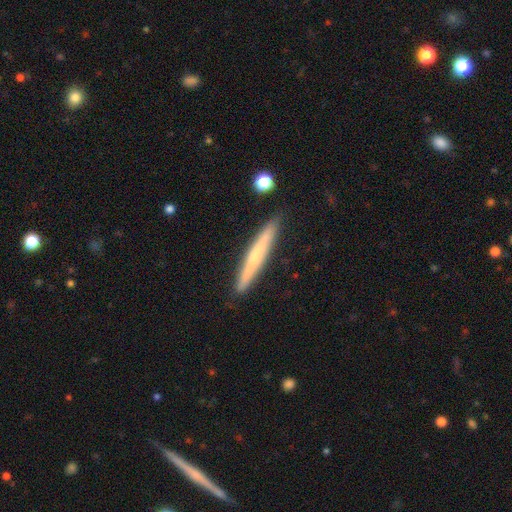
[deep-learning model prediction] Morphology: type=smooth (51%); roundness=cigar-shaped (96%); merging=none (90%).